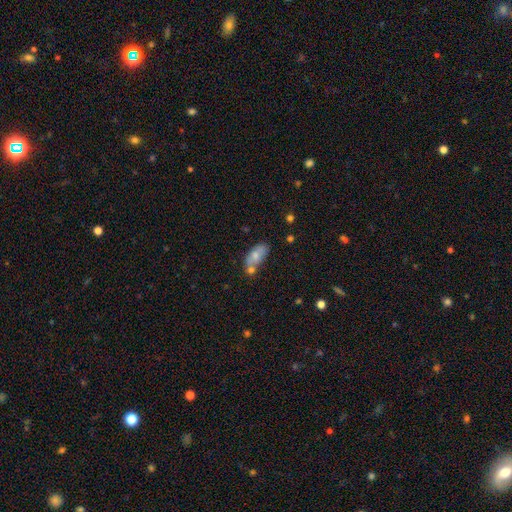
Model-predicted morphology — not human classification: This is likely a smooth galaxy (69%). How rounded: clearly in between (87%). Merging: marginally none (44%).